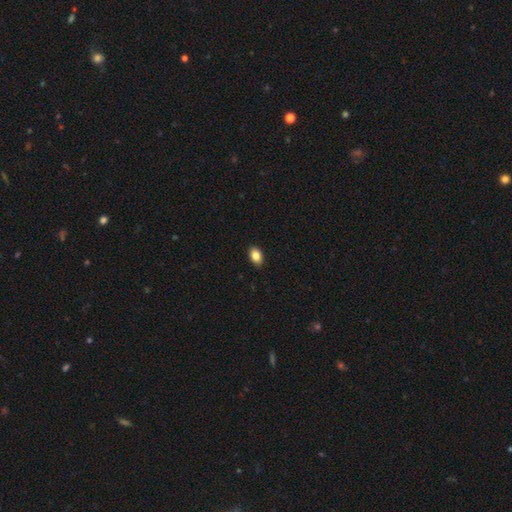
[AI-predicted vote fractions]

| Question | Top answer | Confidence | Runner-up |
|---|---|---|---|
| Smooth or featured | smooth | 85% | star or artifact (8%) |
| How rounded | in between | 85% | round (14%) |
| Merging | none | 91% | minor disturbance (7%) |